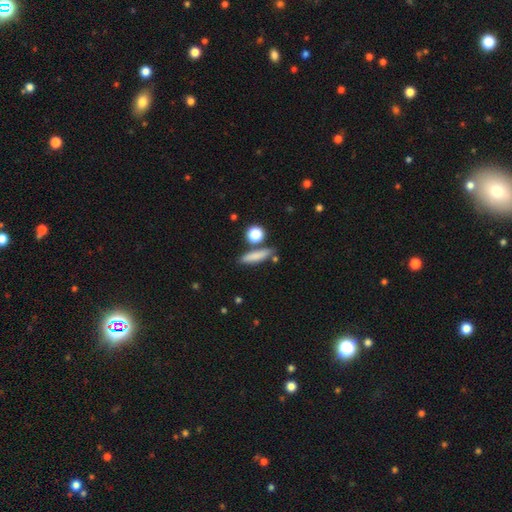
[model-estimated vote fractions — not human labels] Smooth or featured? Predicted: smooth (p=0.79). How rounded? Predicted: cigar-shaped (p=0.71). Merging? Predicted: none (p=0.76).